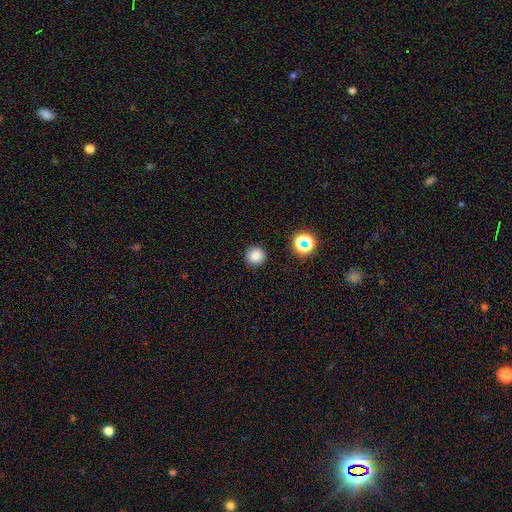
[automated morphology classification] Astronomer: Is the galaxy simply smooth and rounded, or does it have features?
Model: smooth — 81%.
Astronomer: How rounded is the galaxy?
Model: round — 95%.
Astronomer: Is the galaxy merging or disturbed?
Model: none — 90%.